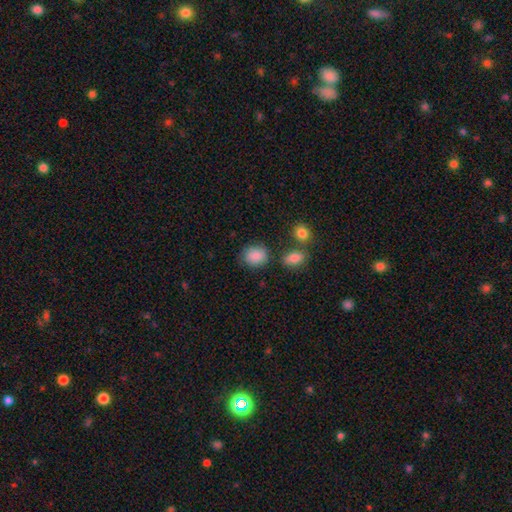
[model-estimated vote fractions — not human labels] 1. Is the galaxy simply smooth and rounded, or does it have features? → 87% smooth, 8% star or artifact, 4% featured or disk.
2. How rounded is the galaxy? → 60% round, 39% in between, 1% cigar-shaped.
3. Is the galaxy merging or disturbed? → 75% none, 15% minor disturbance, 5% merger, 4% major disturbance.